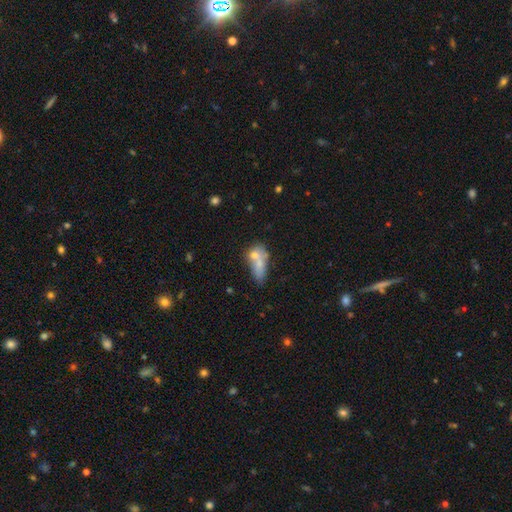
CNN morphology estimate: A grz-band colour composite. It shows a smooth galaxy with no disk features (59%) that is in between round and cigar-shaped (57%). Merging: merger (48%).